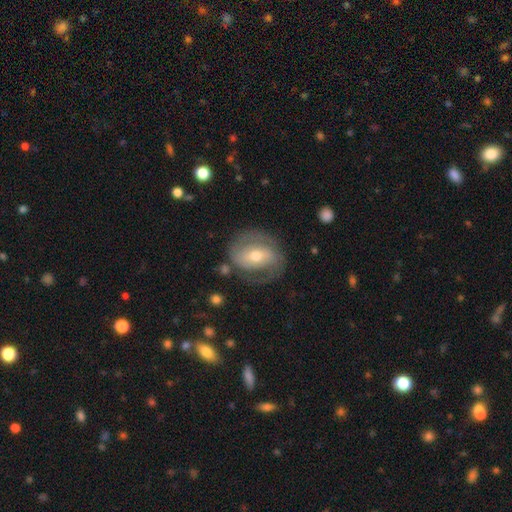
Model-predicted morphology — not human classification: smooth_or_featured: featured or disk (p=0.74) [alt: smooth p=0.20]
disk_edge_on: no (p=0.96) [alt: yes p=0.04]
bar: weak (p=0.43) [alt: strong p=0.32]
has_spiral_arms: yes (p=0.83) [alt: no p=0.17]
spiral_winding: medium (p=0.44) [alt: tight p=0.37]
spiral_arm_count: 2 (p=0.78) [alt: can't tell p=0.12]
bulge_size: moderate (p=0.63) [alt: small p=0.30]
merging: none (p=0.69) [alt: minor disturbance p=0.17]